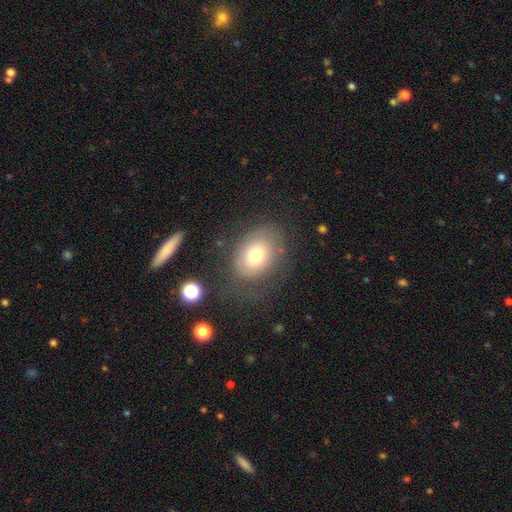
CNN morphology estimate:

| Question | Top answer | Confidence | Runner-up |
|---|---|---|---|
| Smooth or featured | smooth | 64% | featured or disk (26%) |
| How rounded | in between | 68% | round (31%) |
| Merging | none | 61% | minor disturbance (20%) |